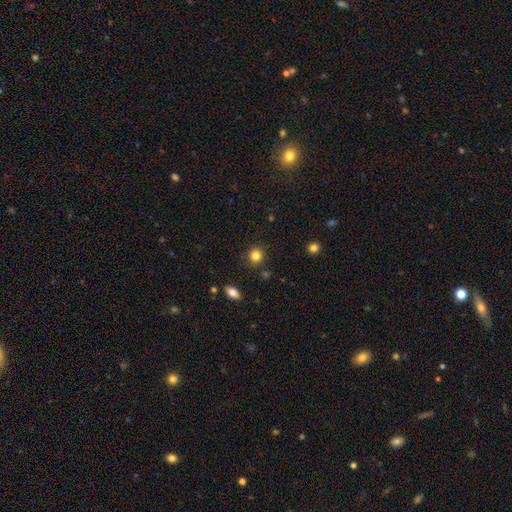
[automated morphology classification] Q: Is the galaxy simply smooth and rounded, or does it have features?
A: smooth — 84%.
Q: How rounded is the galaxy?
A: round — 89%.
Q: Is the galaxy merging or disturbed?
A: none — 88%.